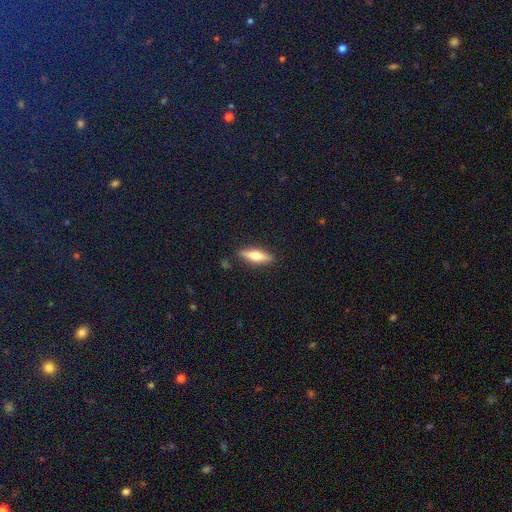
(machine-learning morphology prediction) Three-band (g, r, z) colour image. It shows a smooth galaxy with no disk features (50%) that is cigar-shaped (63%). Merging: none (88%).